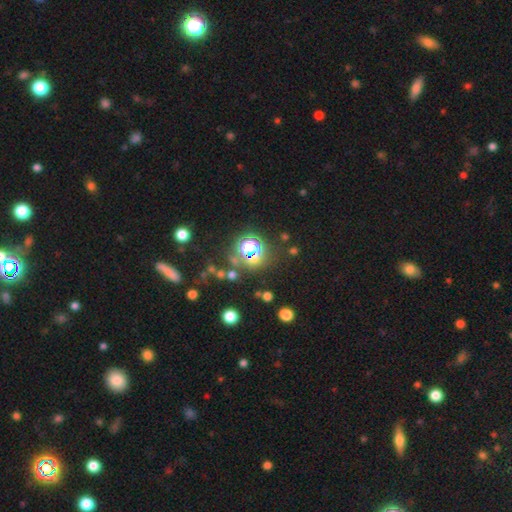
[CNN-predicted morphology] This is likely a star or artifact rather than a galaxy (68%).